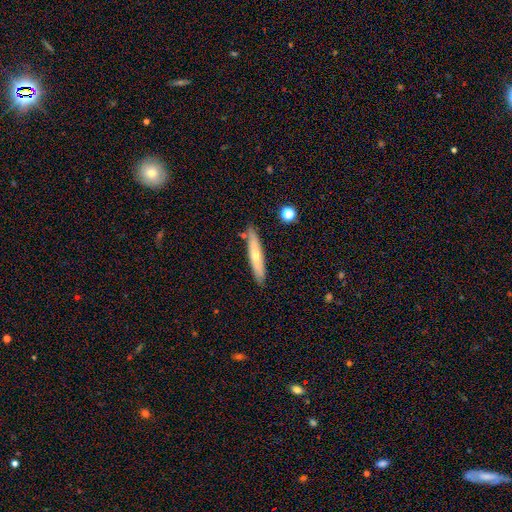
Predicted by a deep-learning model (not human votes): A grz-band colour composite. It shows a smooth galaxy with no disk features (58%) that is cigar-shaped (90%). Merging: none (83%).